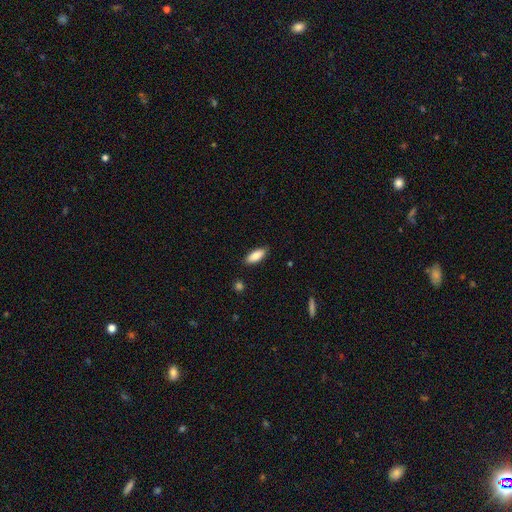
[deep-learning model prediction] smooth_or_featured: smooth (p=0.87) [alt: featured or disk p=0.07]
how_rounded: in between (p=0.80) [alt: cigar-shaped p=0.18]
merging: none (p=0.86) [alt: minor disturbance p=0.11]